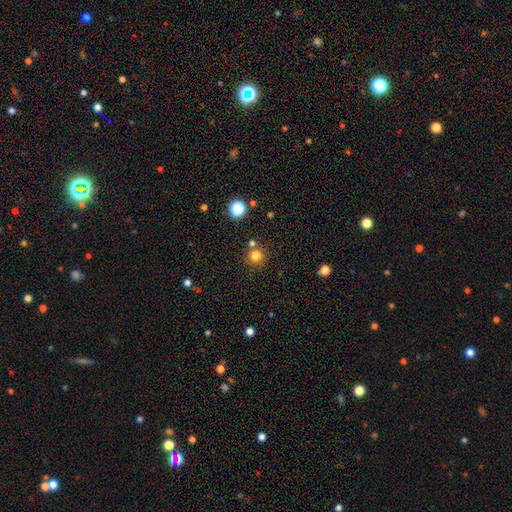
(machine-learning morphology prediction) A smooth galaxy with no disk features (79%) that is round (94%).

Vote fractions:
- Smooth or featured? smooth: 79% / star or artifact: 15% / featured or disk: 6%
- How rounded? round: 94% / in between: 5% / cigar-shaped: 1%
- Merging? none: 77% / merger: 12% / minor disturbance: 8% / major disturbance: 3%